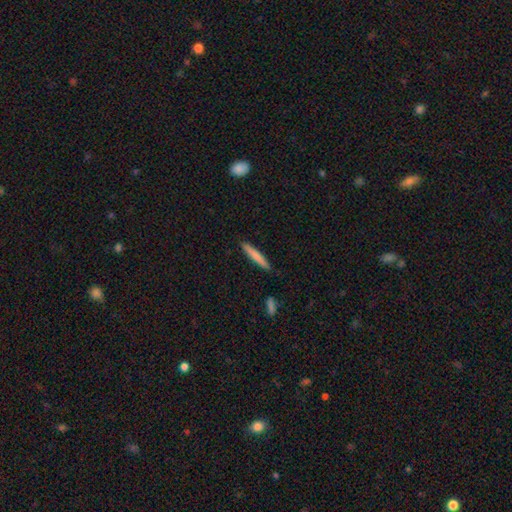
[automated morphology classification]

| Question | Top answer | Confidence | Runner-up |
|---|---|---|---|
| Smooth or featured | smooth | 76% | featured or disk (18%) |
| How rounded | cigar-shaped | 95% | in between (4%) |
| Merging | none | 89% | minor disturbance (8%) |